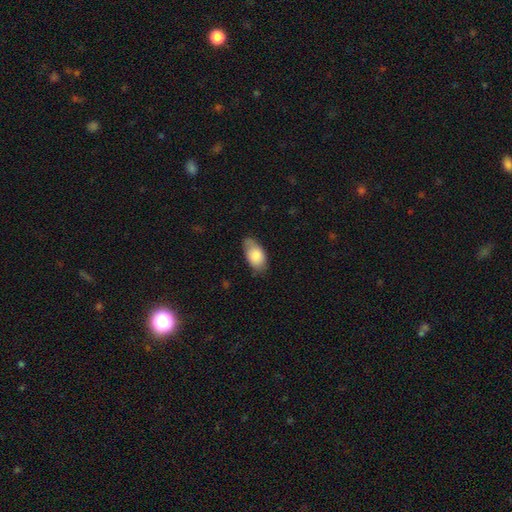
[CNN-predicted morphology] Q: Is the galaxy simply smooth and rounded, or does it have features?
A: smooth — 83%.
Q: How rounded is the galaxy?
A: in between — 93%.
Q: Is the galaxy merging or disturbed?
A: none — 65%.